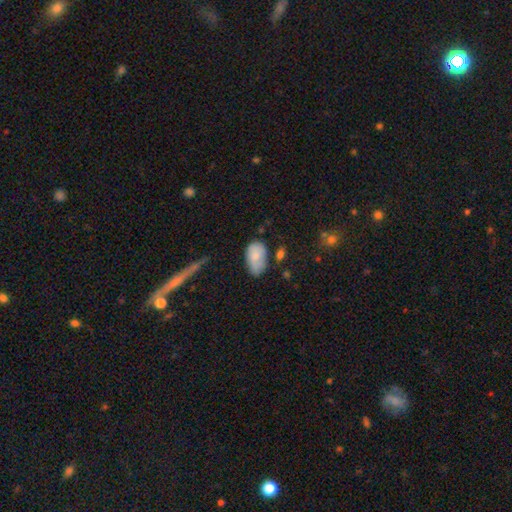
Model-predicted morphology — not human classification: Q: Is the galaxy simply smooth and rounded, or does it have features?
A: smooth — 76%.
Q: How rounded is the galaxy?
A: in between — 92%.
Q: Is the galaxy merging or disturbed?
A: none — 47%.